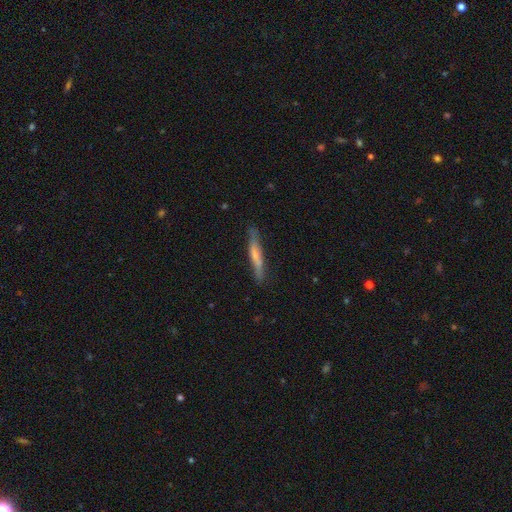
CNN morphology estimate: The model was most divided on "smooth or featured": smooth: 51%, featured or disk: 43%, star or artifact: 6%. More confident: how rounded — cigar-shaped (93%); merging — none (79%).